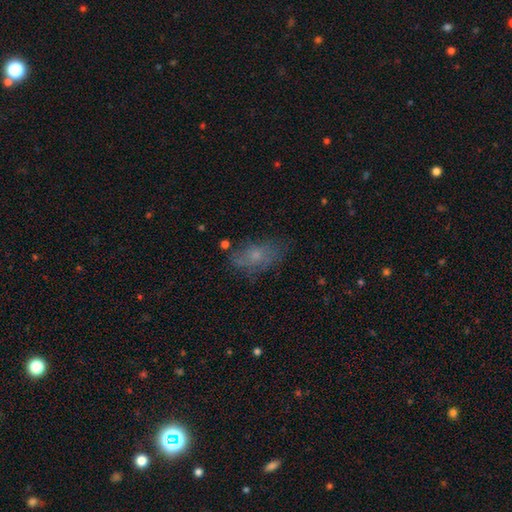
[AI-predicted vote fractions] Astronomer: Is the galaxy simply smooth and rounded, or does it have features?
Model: smooth — 57%.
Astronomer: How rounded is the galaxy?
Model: in between — 84%.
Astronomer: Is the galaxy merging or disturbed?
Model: none — 65%.